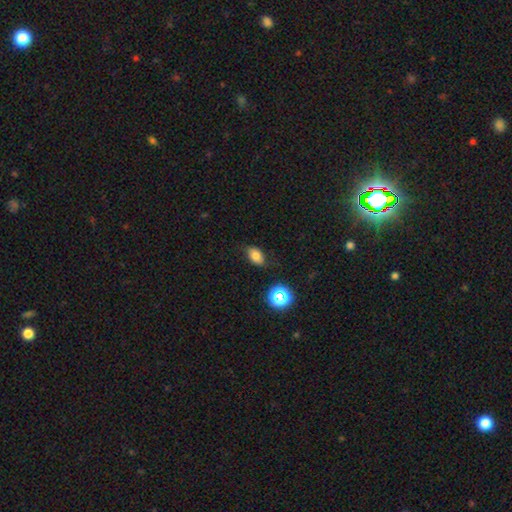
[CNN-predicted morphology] Smooth or featured: smooth — 76% (star or artifact — 14%)
How rounded: in between — 85% (round — 13%)
Merging: none — 78% (minor disturbance — 17%)